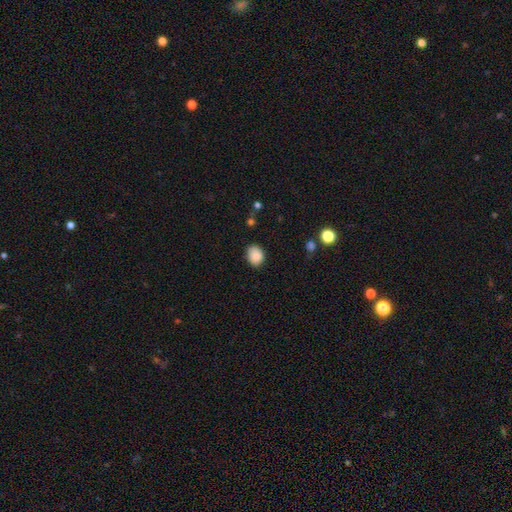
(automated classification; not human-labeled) Q: Smooth or featured?
A: smooth (87%); runner-up: star or artifact (8%)
Q: How rounded?
A: in between (59%); runner-up: round (40%)
Q: Merging?
A: none (78%); runner-up: minor disturbance (18%)